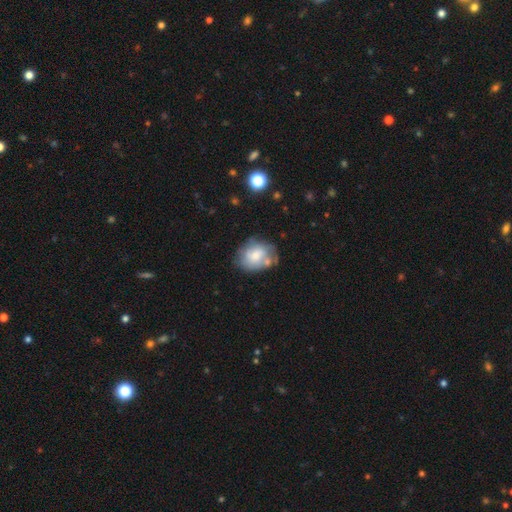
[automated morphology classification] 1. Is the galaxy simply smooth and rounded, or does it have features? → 59% smooth, 33% featured or disk, 8% star or artifact.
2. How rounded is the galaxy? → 58% in between, 41% round, 1% cigar-shaped.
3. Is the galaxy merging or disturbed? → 50% none, 27% minor disturbance, 12% merger, 11% major disturbance.